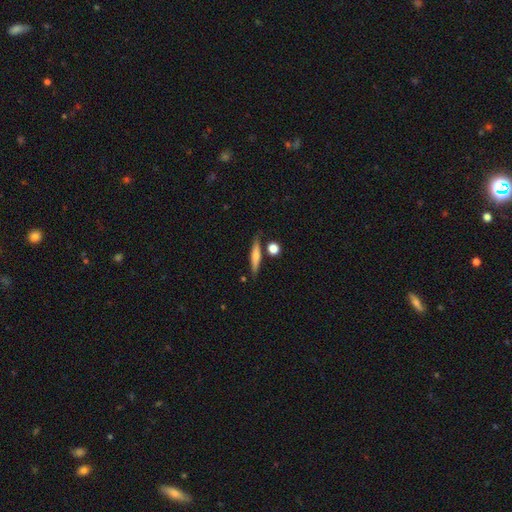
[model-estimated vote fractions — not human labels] Smooth or featured? Predicted: smooth (p=0.60). How rounded? Predicted: cigar-shaped (p=0.85). Merging? Predicted: none (p=0.78).